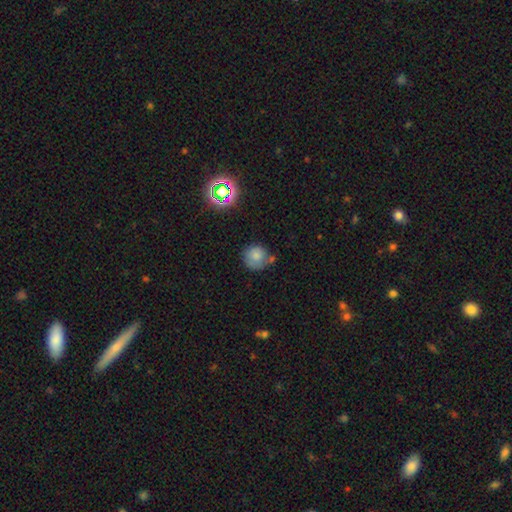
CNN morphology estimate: A smooth galaxy with no disk features (78%) that is round (91%). Merging: none (60%).